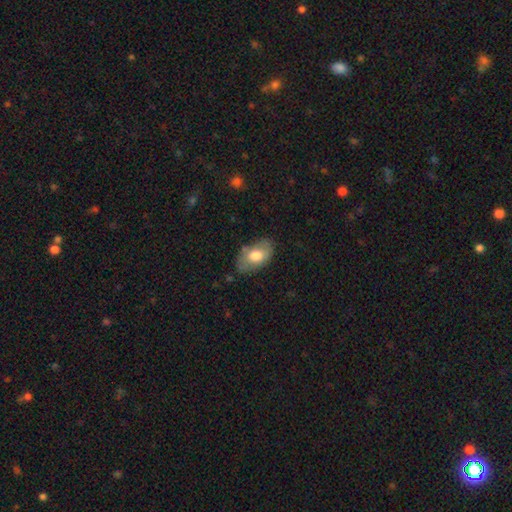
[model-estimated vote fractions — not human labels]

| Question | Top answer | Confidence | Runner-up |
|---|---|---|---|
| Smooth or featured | smooth | 70% | featured or disk (24%) |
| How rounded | in between | 93% | round (6%) |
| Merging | none | 75% | minor disturbance (19%) |